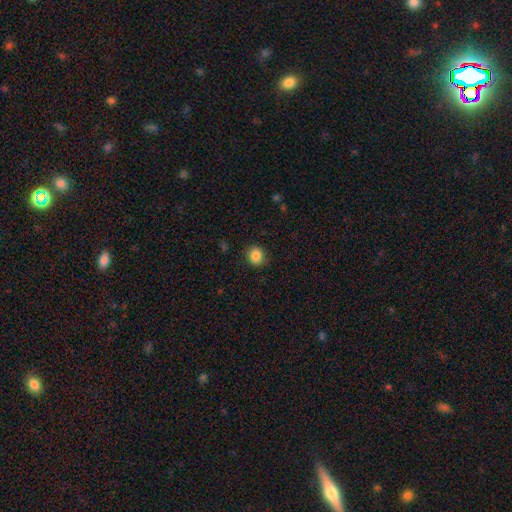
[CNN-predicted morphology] smooth 85%, star or artifact 10%, featured or disk 5%. Down the decision tree: how rounded — round (81%); merging — none (86%).